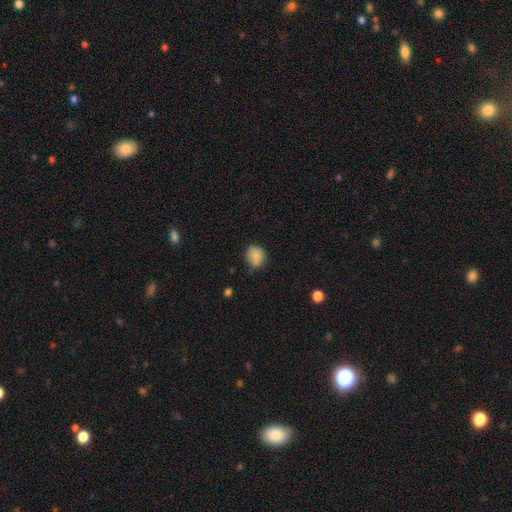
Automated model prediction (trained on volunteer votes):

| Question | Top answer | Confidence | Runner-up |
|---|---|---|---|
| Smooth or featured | smooth | 84% | star or artifact (9%) |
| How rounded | round | 72% | in between (27%) |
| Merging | none | 71% | minor disturbance (23%) |